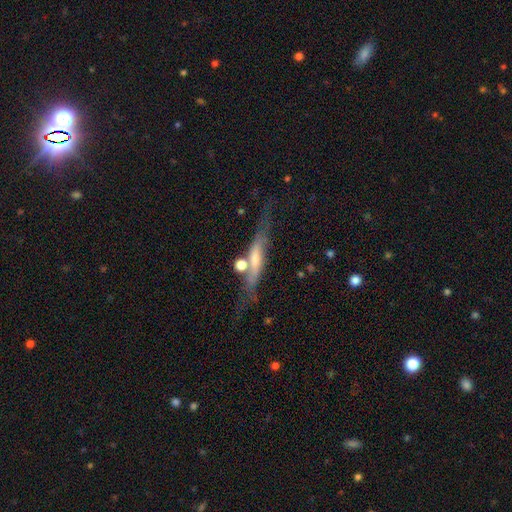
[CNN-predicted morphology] Overall: featured or disk (67%). Edge-on disk: yes (83%). Edge-on bulge: rounded (50%; none 34%). Merging: none (59%; minor disturbance 21%).